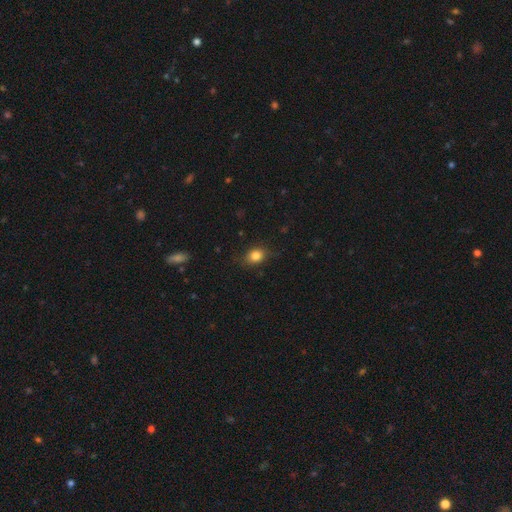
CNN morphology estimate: This appears to be a smooth galaxy with no disk features (83%) that is in between round and cigar-shaped (57%). Merging: none (78%).